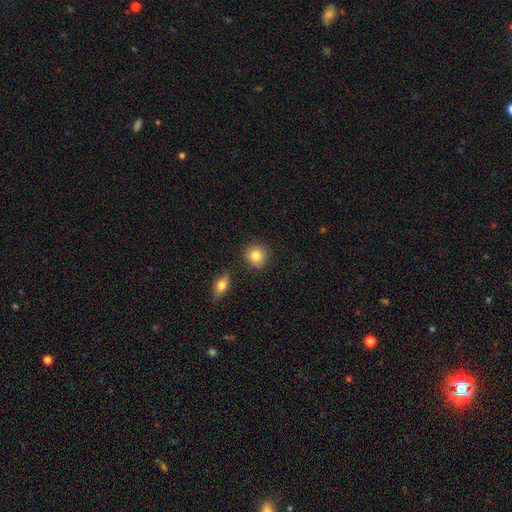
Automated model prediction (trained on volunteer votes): A smooth galaxy with no disk features (83%) that is round (87%). Merging: none (83%).